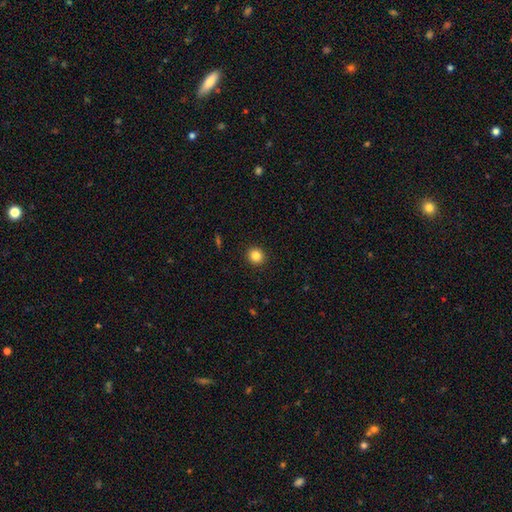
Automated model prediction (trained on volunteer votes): A smooth galaxy with no disk features (85%) that is round (90%). Merging: none (93%).